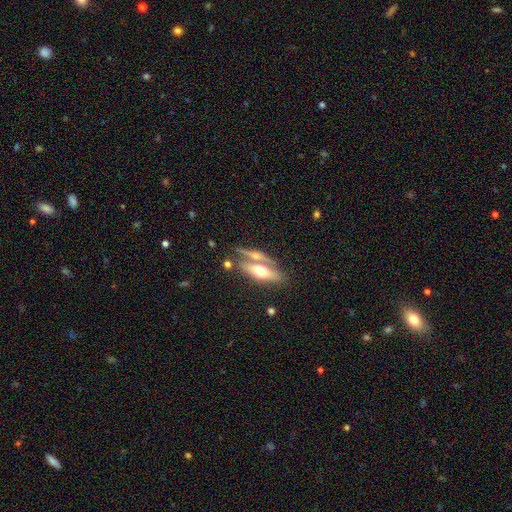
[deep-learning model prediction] featured or disk 50%, smooth 43%, star or artifact 7%. Down the decision tree: merging — none (47%).